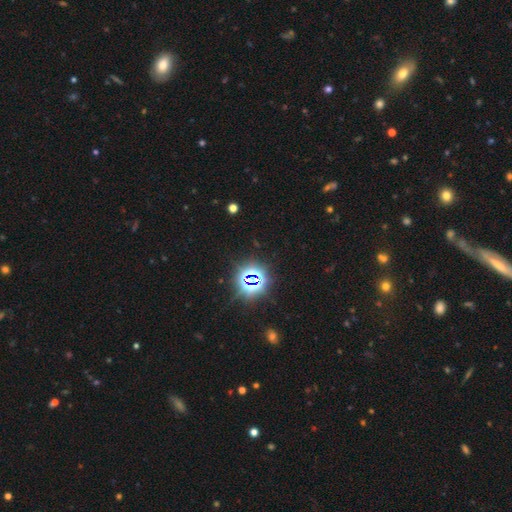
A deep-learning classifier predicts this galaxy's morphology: A star or artifact, not a galaxy (81%).